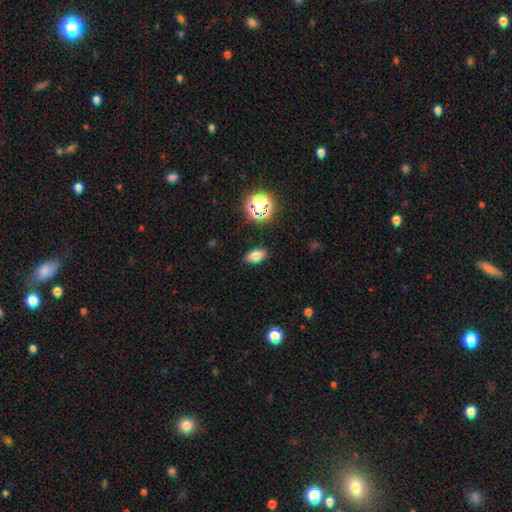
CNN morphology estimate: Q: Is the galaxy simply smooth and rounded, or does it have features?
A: smooth — 76%.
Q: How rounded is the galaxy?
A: in between — 86%.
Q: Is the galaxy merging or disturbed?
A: none — 87%.